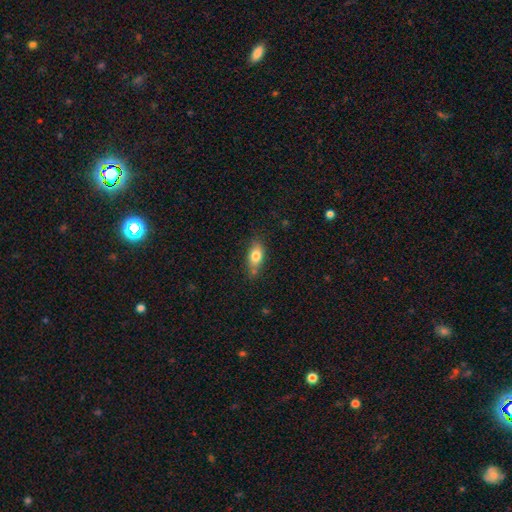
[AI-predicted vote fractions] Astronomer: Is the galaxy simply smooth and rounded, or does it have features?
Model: smooth — 78%.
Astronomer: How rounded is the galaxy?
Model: in between — 83%.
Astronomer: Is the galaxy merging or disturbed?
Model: none — 68%.